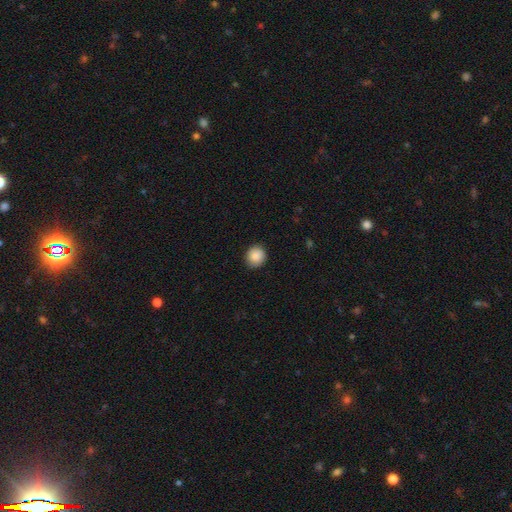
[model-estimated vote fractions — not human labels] Morphology: type=smooth (87%); roundness=round (86%); merging=none (86%).